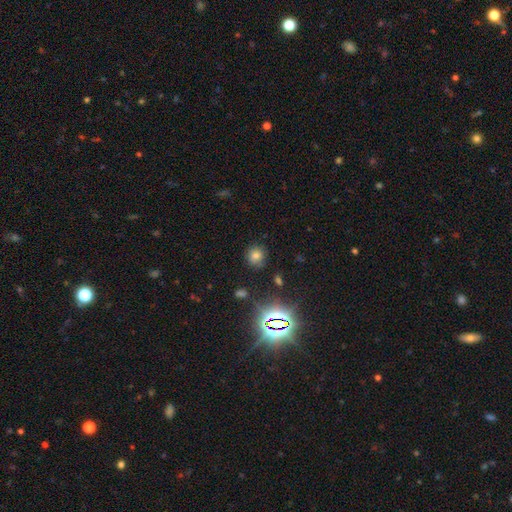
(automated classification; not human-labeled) Smooth or featured: smooth — 68% (star or artifact — 24%)
How rounded: round — 84% (in between — 15%)
Merging: none — 83% (minor disturbance — 11%)